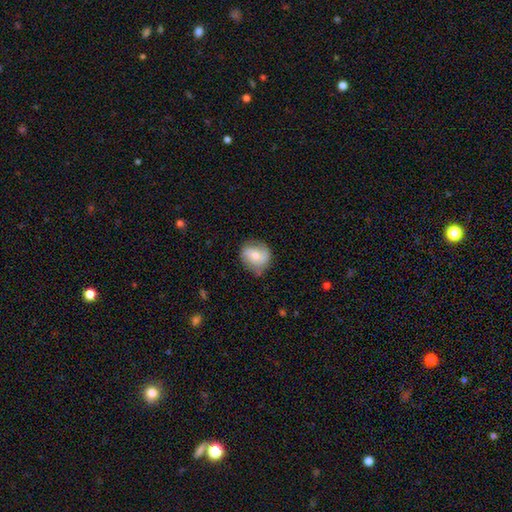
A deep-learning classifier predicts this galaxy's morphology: The model was most divided on "smooth or featured": smooth: 51%, featured or disk: 42%, star or artifact: 7%. More confident: merging — none (70%); how rounded — round (69%).